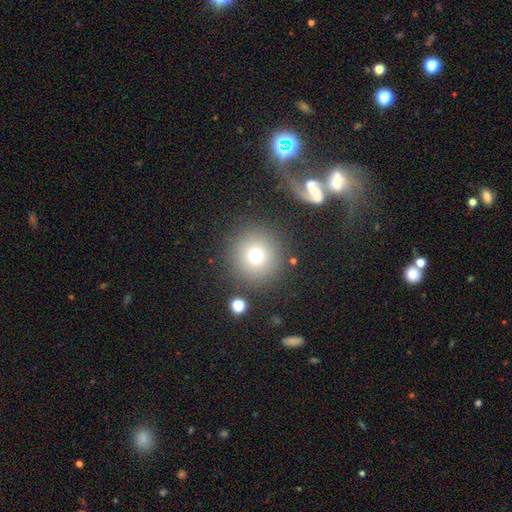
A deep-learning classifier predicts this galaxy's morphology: Smooth or featured: smooth — 72% (star or artifact — 17%)
How rounded: round — 95% (in between — 4%)
Merging: none — 86% (minor disturbance — 7%)